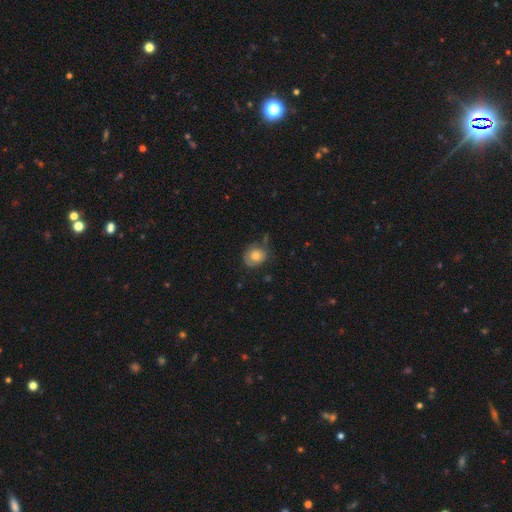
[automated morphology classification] This appears to be a smooth galaxy with no disk features (75%) that is round (71%). Merging: none (61%).